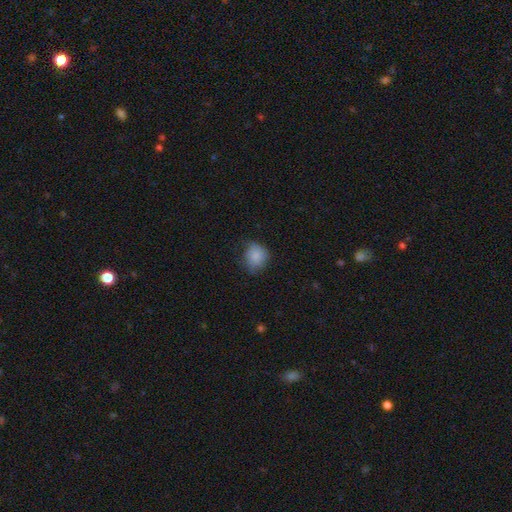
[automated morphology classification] A smooth galaxy with no disk features (84%) that is round (70%).

Vote fractions:
- Smooth or featured? smooth: 84% / star or artifact: 8% / featured or disk: 8%
- How rounded? round: 70% / in between: 29% / cigar-shaped: 1%
- Merging? none: 63% / minor disturbance: 29% / major disturbance: 7% / merger: 1%